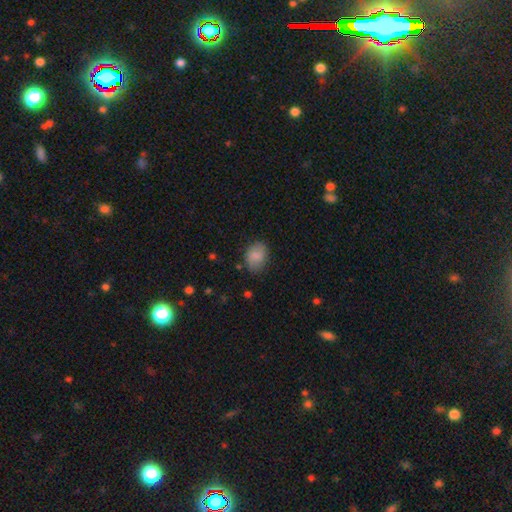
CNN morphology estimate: The model was most divided on "how rounded": in between: 69%, round: 30%, cigar-shaped: 1%. More confident: smooth or featured — smooth (83%); merging — none (76%).